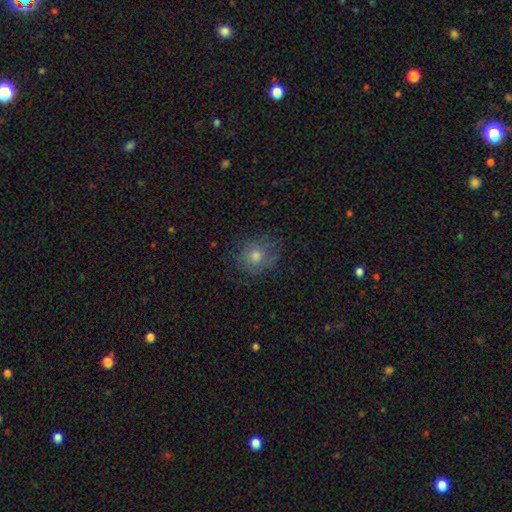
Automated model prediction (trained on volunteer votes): Morphology: type=smooth (67%); roundness=round (82%); merging=none (76%).